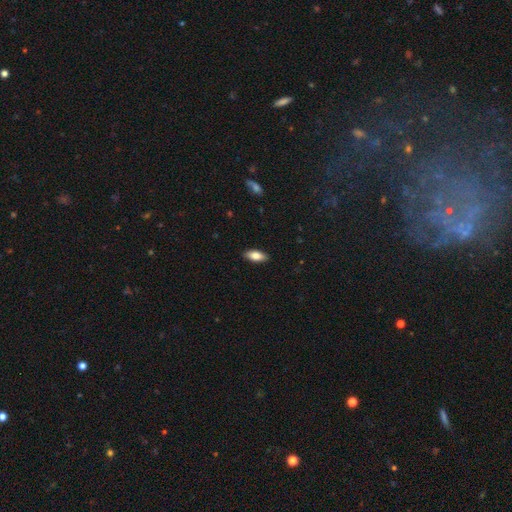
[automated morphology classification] A smooth galaxy with no disk features (79%) that is in between round and cigar-shaped (84%). Merging: none (89%).